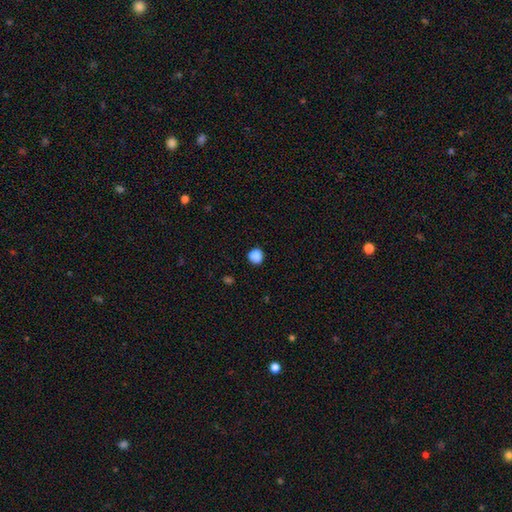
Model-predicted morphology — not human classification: This is clearly a smooth galaxy (88%). How rounded: clearly round (90%). Merging: clearly none (88%).